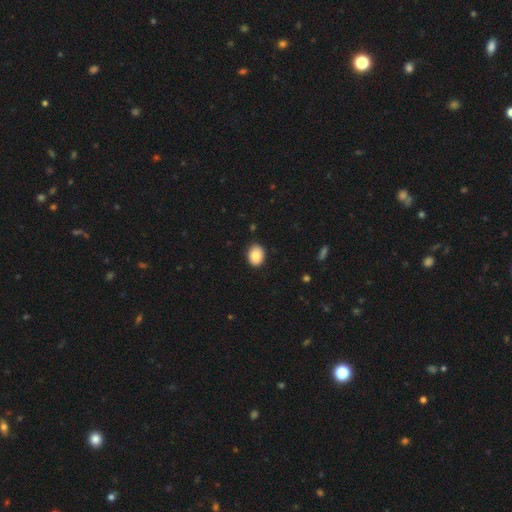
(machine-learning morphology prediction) A smooth galaxy with no disk features (87%) that is in between round and cigar-shaped (68%).

Vote fractions:
- Smooth or featured? smooth: 87% / star or artifact: 7% / featured or disk: 5%
- How rounded? in between: 68% / round: 31% / cigar-shaped: 1%
- Merging? none: 88% / minor disturbance: 9% / major disturbance: 2% / merger: 1%